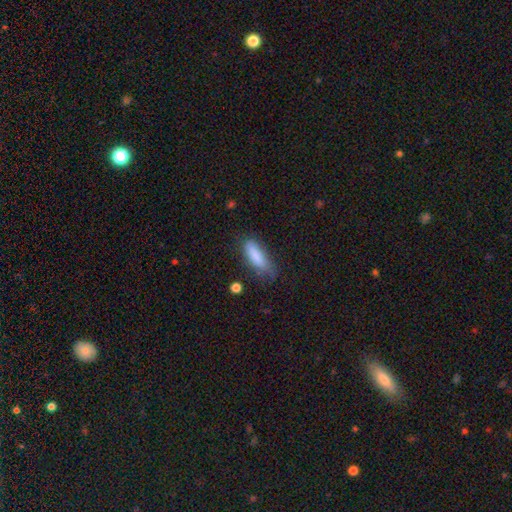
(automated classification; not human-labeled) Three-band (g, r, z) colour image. It shows a smooth galaxy with no disk features (83%) that is in between round and cigar-shaped (54%). Merging: none (54%).